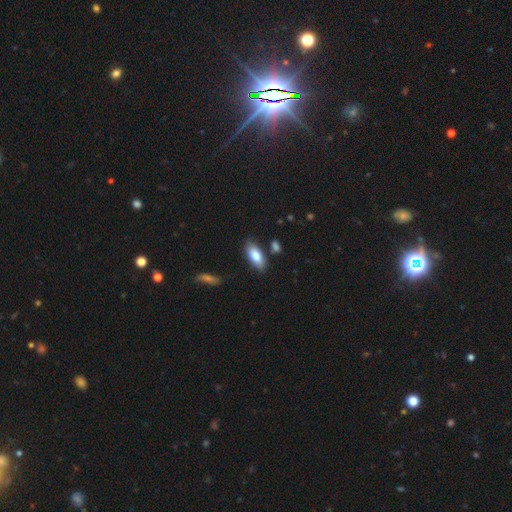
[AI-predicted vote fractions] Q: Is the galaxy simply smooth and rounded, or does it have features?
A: smooth — 81%.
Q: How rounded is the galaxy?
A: in between — 87%.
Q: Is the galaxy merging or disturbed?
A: none — 81%.